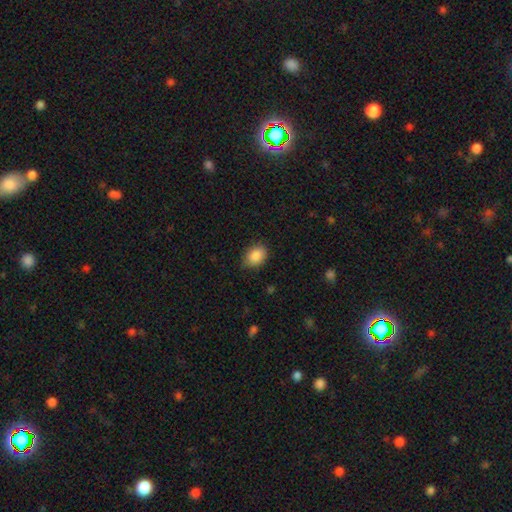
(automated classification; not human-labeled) Q: Smooth or featured?
A: smooth (87%); runner-up: star or artifact (8%)
Q: How rounded?
A: in between (67%); runner-up: round (32%)
Q: Merging?
A: none (82%); runner-up: minor disturbance (14%)